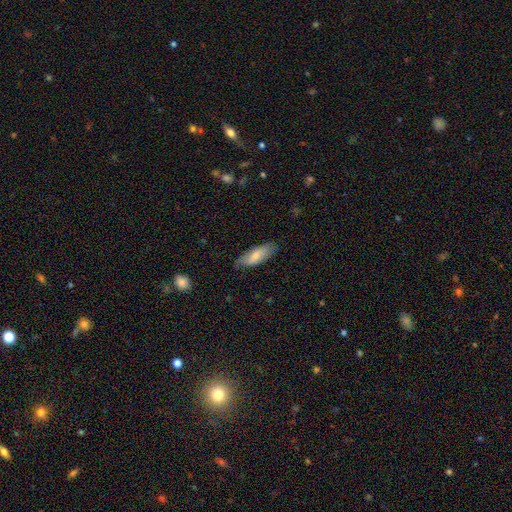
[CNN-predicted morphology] This is likely a smooth galaxy (71%). How rounded: likely in between (68%). Merging: likely none (76%).